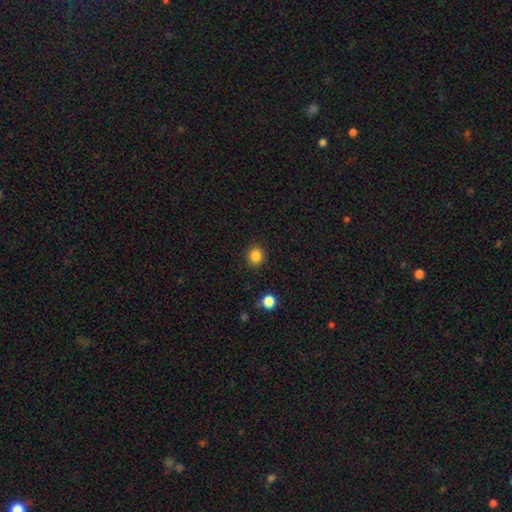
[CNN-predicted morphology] Smooth or featured? Predicted: smooth (p=0.85). How rounded? Predicted: round (p=0.83). Merging? Predicted: none (p=0.89).